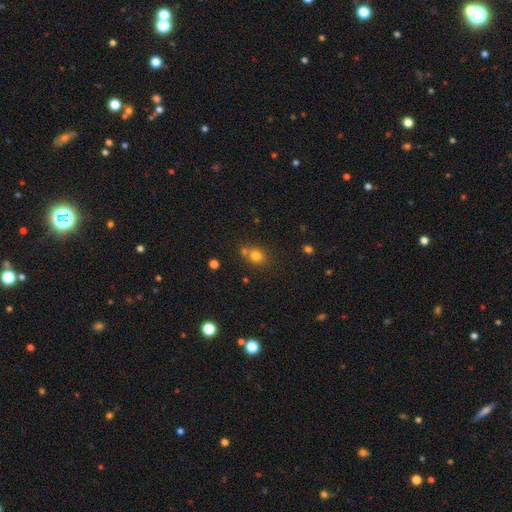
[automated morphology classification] A smooth galaxy with no disk features (77%) that is round (75%).

Vote fractions:
- Smooth or featured? smooth: 77% / star or artifact: 15% / featured or disk: 8%
- How rounded? round: 75% / in between: 24% / cigar-shaped: 1%
- Merging? none: 60% / merger: 26% / minor disturbance: 11% / major disturbance: 4%